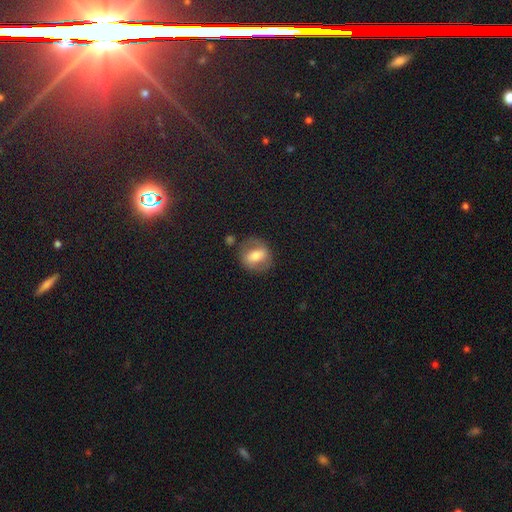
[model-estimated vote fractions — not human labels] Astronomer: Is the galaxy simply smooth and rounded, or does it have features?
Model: smooth — 50% (runner-up: featured or disk, 42%).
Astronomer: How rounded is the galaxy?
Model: round — 57% (runner-up: in between, 41%).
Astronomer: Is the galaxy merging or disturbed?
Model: none — 72%.